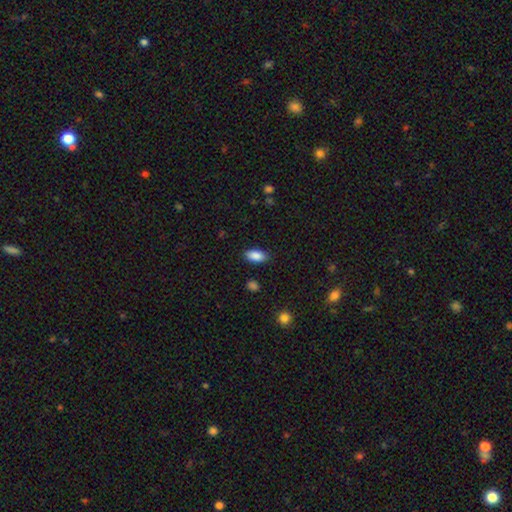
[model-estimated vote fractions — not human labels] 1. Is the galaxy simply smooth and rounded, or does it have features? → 88% smooth, 7% star or artifact, 5% featured or disk.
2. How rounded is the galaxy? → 91% in between, 6% cigar-shaped, 3% round.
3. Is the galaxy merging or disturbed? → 87% none, 10% minor disturbance, 2% major disturbance, 1% merger.